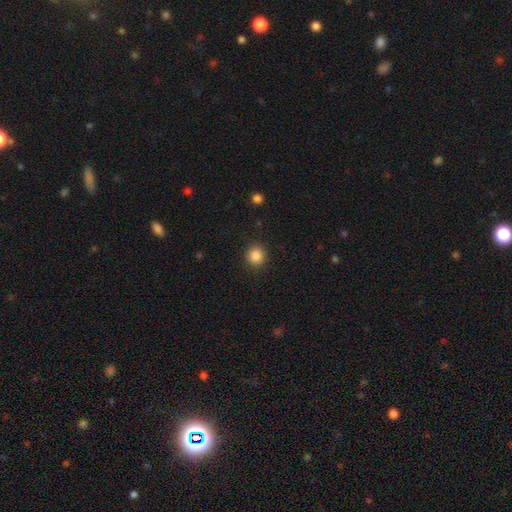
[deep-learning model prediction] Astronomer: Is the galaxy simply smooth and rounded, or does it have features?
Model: smooth — 87%.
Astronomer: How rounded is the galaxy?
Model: round — 90%.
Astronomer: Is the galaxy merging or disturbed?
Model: none — 90%.